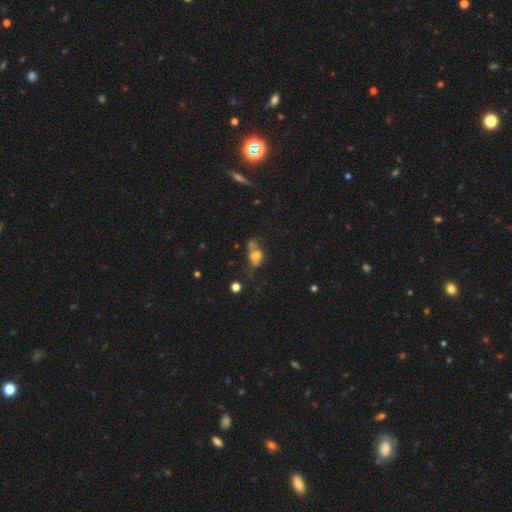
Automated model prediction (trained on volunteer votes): A smooth galaxy with no disk features (66%) that is in between round and cigar-shaped (56%). Merging: none (36%).